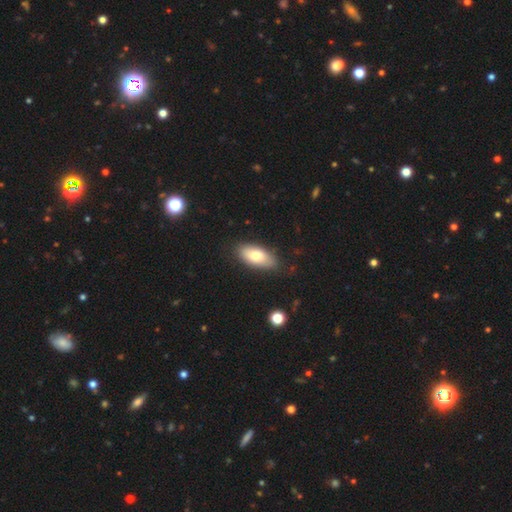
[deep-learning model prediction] smooth-or-featured: smooth: 76% | featured or disk: 17% | star or artifact: 6%
  how-rounded: in between: 88% | cigar-shaped: 9% | round: 3%
  merging: none: 81% | minor disturbance: 14% | major disturbance: 3% | merger: 2%